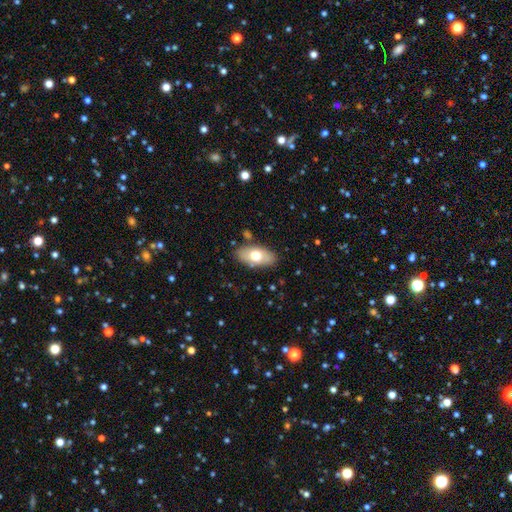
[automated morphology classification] Smooth or featured?
  - smooth: 65% *
  - featured or disk: 29%
  - star or artifact: 7%
How rounded?
  - in between: 91% *
  - round: 5%
  - cigar-shaped: 4%
Merging?
  - none: 84% *
  - minor disturbance: 11%
  - major disturbance: 3%
  - merger: 2%